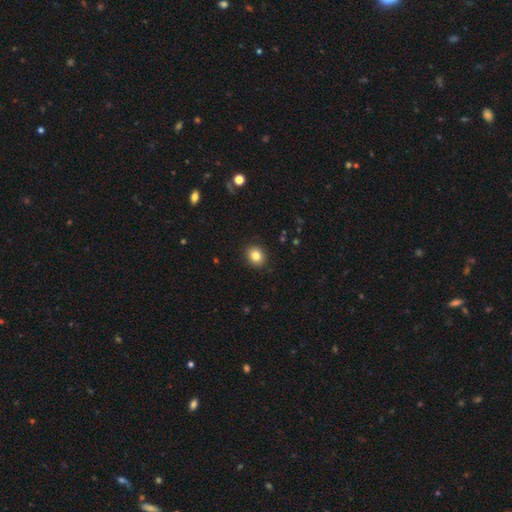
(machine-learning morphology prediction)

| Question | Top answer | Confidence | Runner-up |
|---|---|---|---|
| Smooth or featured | smooth | 83% | star or artifact (10%) |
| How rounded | round | 64% | in between (35%) |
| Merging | none | 91% | minor disturbance (7%) |